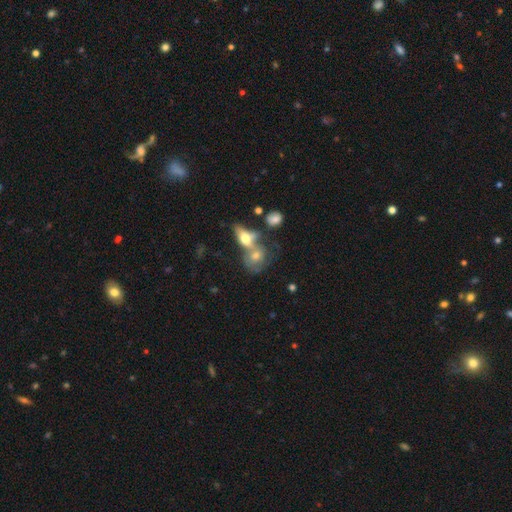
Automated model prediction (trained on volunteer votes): Smooth or featured?
  - smooth: 51% *
  - featured or disk: 38%
  - star or artifact: 10%
How rounded?
  - in between: 62% *
  - round: 31%
  - cigar-shaped: 7%
Merging?
  - merger: 55% *
  - none: 26%
  - minor disturbance: 12%
  - major disturbance: 8%